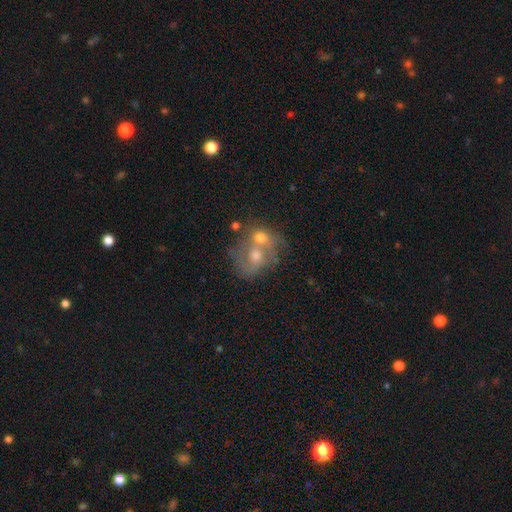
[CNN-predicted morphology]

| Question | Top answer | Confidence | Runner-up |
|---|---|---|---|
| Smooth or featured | featured or disk | 47% | smooth (43%) |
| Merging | merger | 63% | none (20%) |